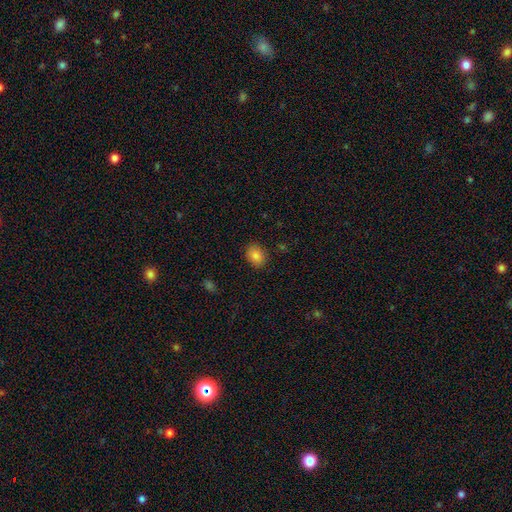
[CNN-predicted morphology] smooth_or_featured: smooth (p=0.85) [alt: star or artifact p=0.09]
how_rounded: in between (p=0.57) [alt: round p=0.43]
merging: none (p=0.86) [alt: minor disturbance p=0.10]